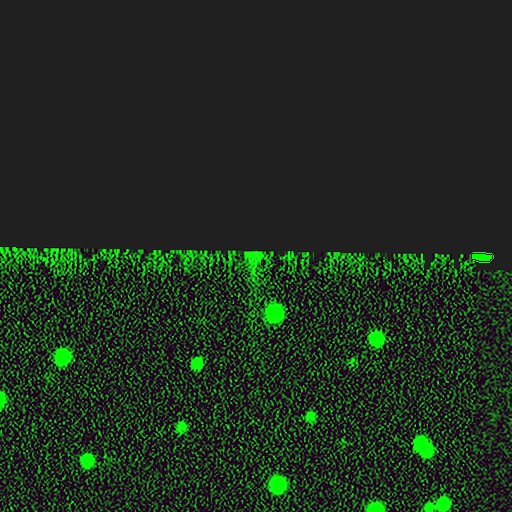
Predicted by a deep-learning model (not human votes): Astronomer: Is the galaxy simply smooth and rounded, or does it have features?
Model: star or artifact — 85%.